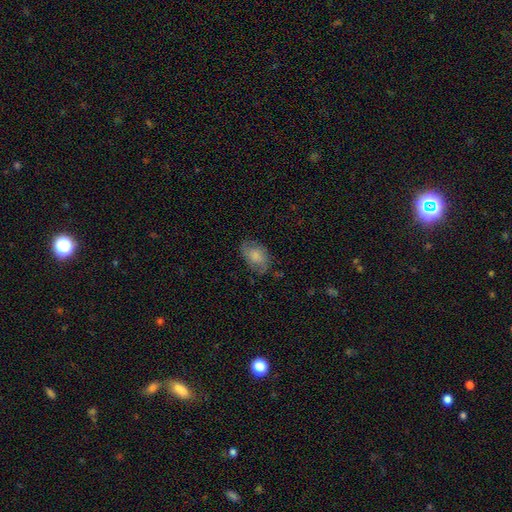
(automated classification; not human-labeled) Smooth or featured: smooth — 68% (featured or disk — 25%)
How rounded: in between — 88% (round — 11%)
Merging: none — 66% (minor disturbance — 25%)